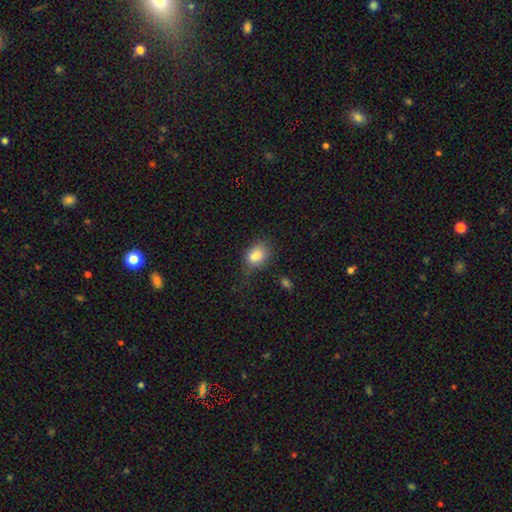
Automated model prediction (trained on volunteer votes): This appears to be a smooth galaxy with no disk features (84%) that is in between round and cigar-shaped (75%). Merging: none (60%).